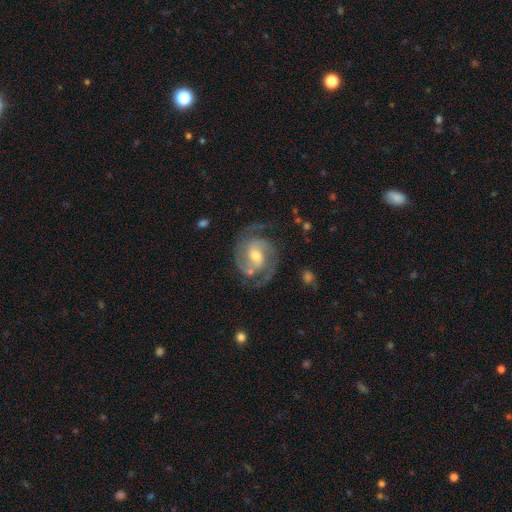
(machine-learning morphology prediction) The model was most divided on "spiral winding": medium: 48%, tight: 42%, loose: 9%. Remaining: edge-on disk — no (98%); spiral arms — yes (98%); smooth or featured — featured or disk (90%); spiral arm count — 2 (83%); merging — none (75%); bulge size — moderate (60%); bar — weak (47%).